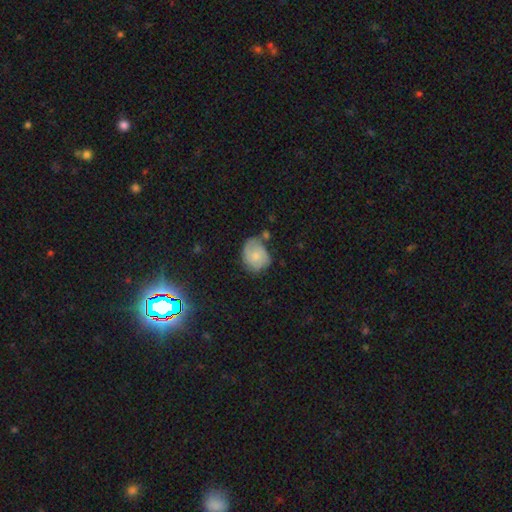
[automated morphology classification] This is possibly a smooth galaxy (51%). How rounded: possibly round (57%). Merging: possibly none (50%).